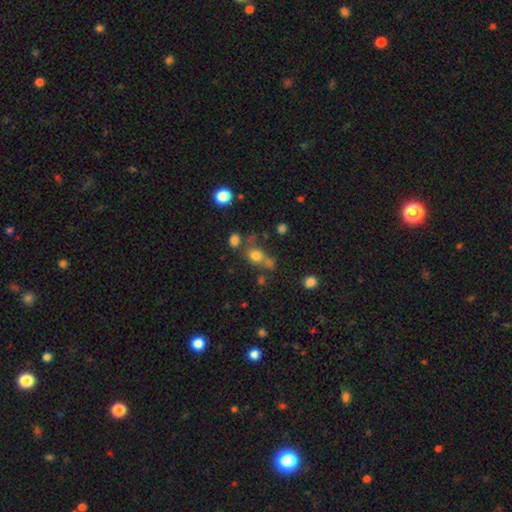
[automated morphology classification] Smooth or featured? smooth (73%)
How rounded? round (67%)
Merging? none (48%)